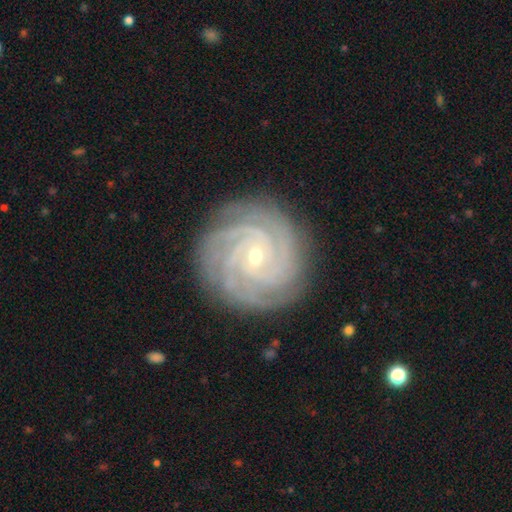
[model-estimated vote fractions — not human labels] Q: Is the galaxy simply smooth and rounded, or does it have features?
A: featured or disk — 91%.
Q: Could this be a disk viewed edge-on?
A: no — 98%.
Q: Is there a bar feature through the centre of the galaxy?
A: no — 45%.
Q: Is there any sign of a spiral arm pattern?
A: yes — 99%.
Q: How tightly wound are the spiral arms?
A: tight — 84%.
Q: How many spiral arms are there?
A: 4 — 35%.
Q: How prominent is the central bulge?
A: small — 68%.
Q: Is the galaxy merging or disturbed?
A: none — 87%.